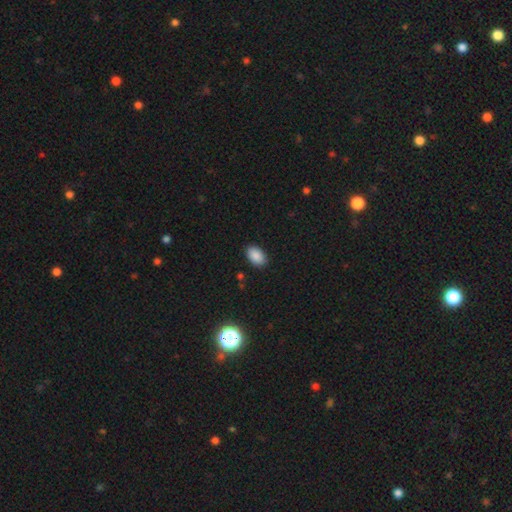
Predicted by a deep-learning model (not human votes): Morphology: type=smooth (89%); roundness=in between (90%); merging=none (88%).